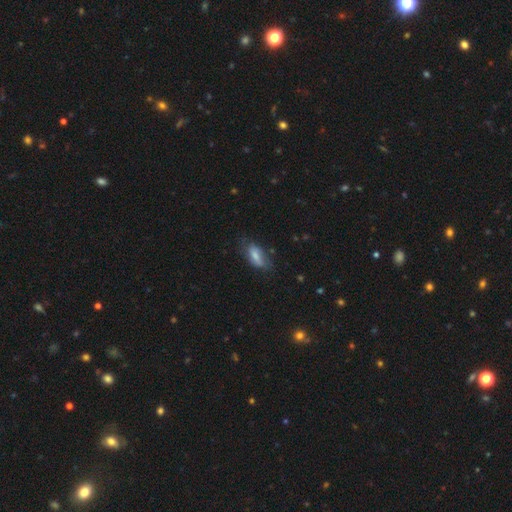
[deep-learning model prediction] Smooth or featured? Predicted: smooth (p=0.64). How rounded? Predicted: in between (p=0.78). Merging? Predicted: none (p=0.58).